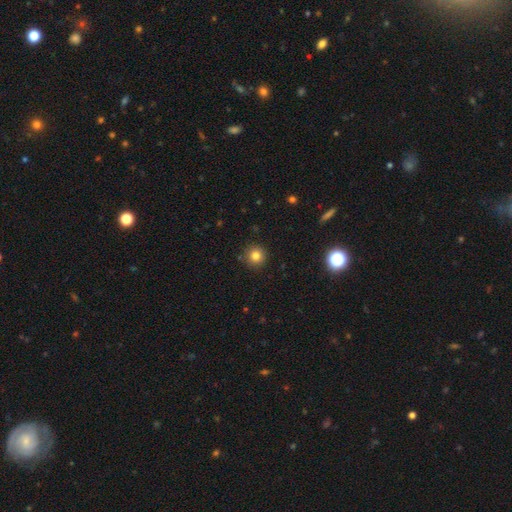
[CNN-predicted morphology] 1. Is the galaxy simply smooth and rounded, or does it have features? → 81% smooth, 13% star or artifact, 6% featured or disk.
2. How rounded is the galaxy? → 95% round, 4% in between, 1% cigar-shaped.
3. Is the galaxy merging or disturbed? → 91% none, 6% minor disturbance, 2% major disturbance, 1% merger.